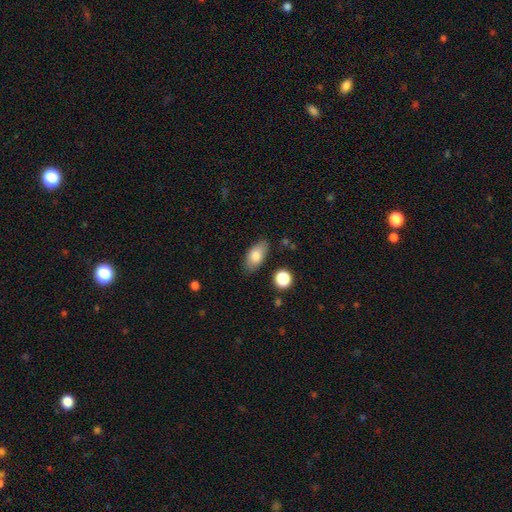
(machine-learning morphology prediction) Overall: smooth (81%). How rounded: in between (90%). Merging: none (82%).